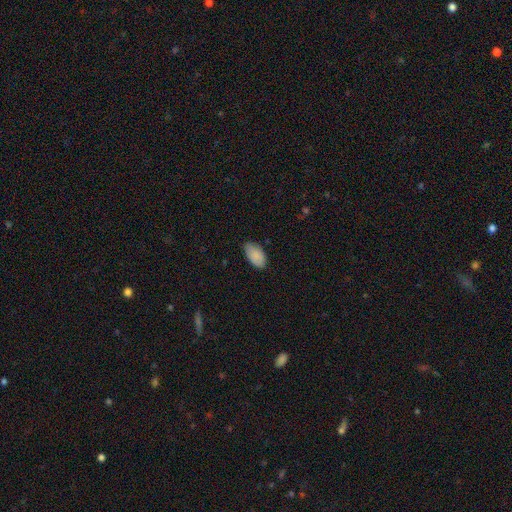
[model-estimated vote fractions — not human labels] smooth_or_featured: smooth (p=0.86) [alt: featured or disk p=0.07]
how_rounded: in between (p=0.95) [alt: round p=0.03]
merging: none (p=0.77) [alt: minor disturbance p=0.19]